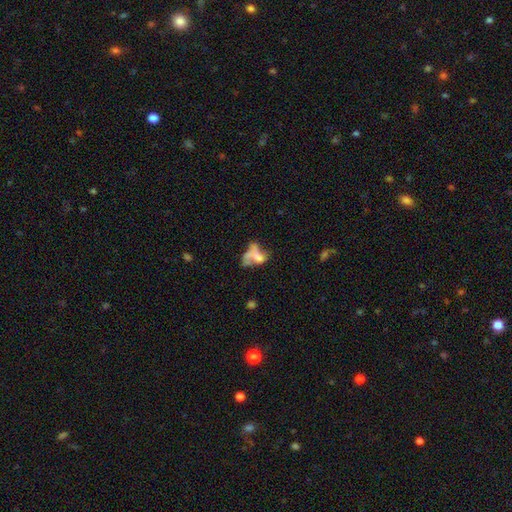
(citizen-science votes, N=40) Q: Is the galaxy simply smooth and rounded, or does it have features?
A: featured or disk — 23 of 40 (57%).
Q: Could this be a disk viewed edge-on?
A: no — 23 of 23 (100%).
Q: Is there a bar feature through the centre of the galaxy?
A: no — 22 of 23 (96%).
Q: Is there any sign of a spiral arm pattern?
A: no — 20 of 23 (87%).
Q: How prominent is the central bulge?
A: none — 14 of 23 (61%).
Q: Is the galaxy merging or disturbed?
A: major disturbance — 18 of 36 (50%).